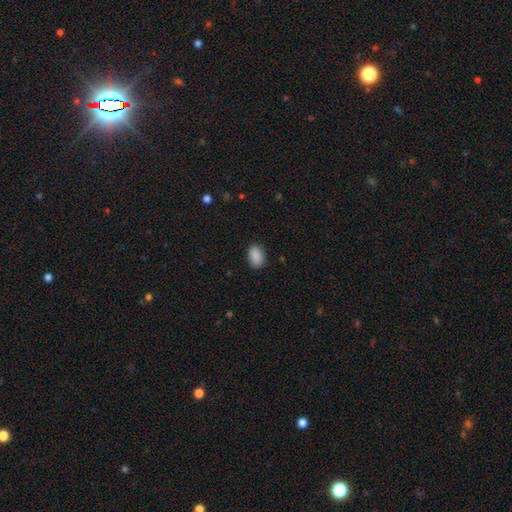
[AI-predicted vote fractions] Q: Smooth or featured?
A: smooth (90%); runner-up: star or artifact (7%)
Q: How rounded?
A: in between (89%); runner-up: round (10%)
Q: Merging?
A: none (87%); runner-up: minor disturbance (10%)